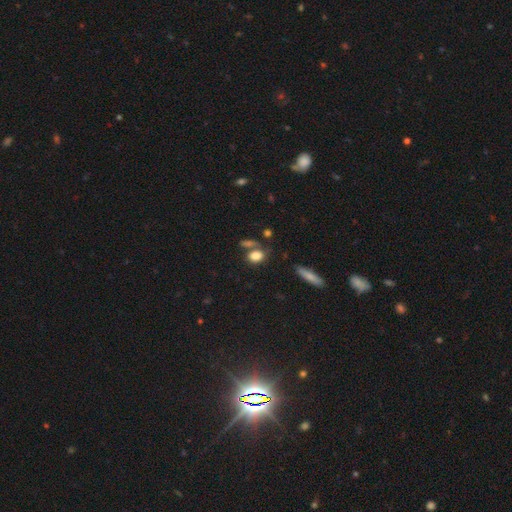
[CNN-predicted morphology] This is clearly a smooth galaxy (81%). How rounded: likely in between (68%). Merging: possibly none (52%).